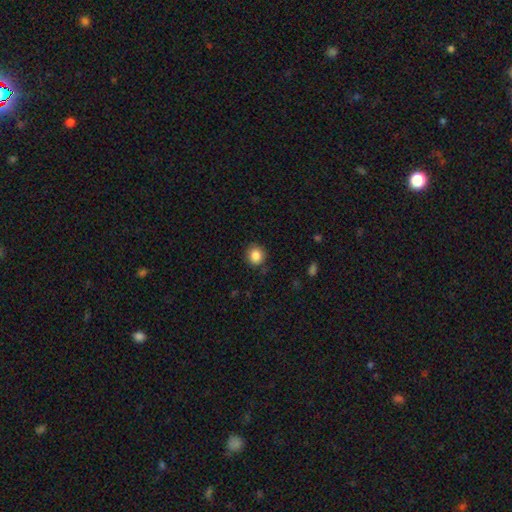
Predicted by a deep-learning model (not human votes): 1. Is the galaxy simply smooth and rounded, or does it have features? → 86% smooth, 10% star or artifact, 4% featured or disk.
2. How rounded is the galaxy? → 86% round, 14% in between, 1% cigar-shaped.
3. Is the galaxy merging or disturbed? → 85% none, 11% minor disturbance, 3% major disturbance, 1% merger.